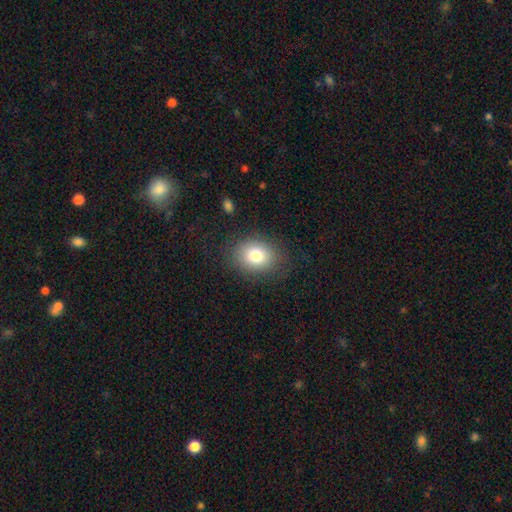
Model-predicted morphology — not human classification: This appears to be a smooth galaxy with no disk features (79%) that is in between round and cigar-shaped (52%). Merging: none (82%).